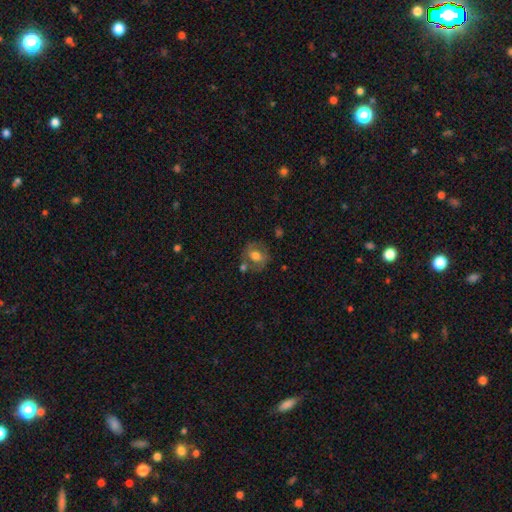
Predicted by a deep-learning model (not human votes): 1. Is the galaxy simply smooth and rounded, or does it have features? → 56% smooth, 35% featured or disk, 9% star or artifact.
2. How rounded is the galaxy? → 73% round, 26% in between, 1% cigar-shaped.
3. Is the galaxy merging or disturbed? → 64% none, 17% minor disturbance, 12% merger, 7% major disturbance.